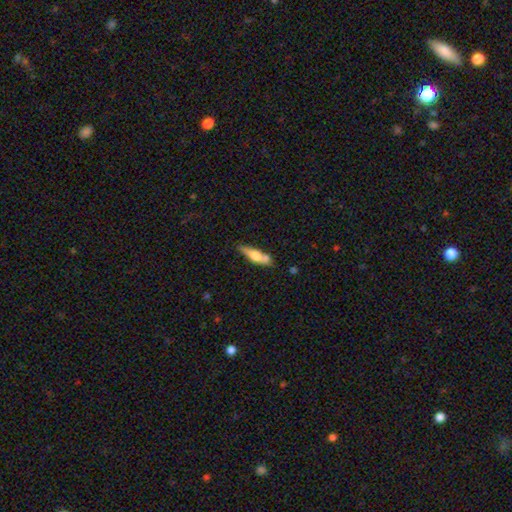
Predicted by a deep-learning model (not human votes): The model was most divided on "smooth or featured": smooth: 56%, featured or disk: 38%, star or artifact: 6%. More confident: how rounded — cigar-shaped (67%); merging — none (62%).